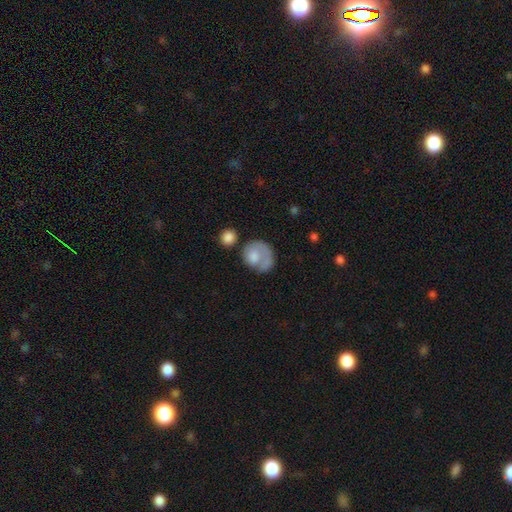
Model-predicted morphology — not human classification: A smooth galaxy with no disk features (65%) that is round (66%). Merging: none (40%).